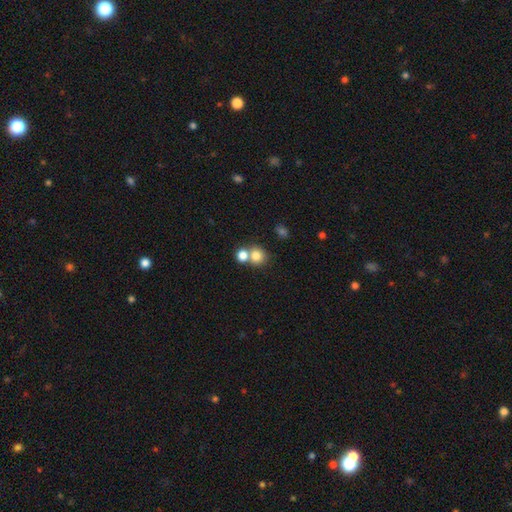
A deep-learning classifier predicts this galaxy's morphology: This is likely a smooth galaxy (78%). How rounded: clearly round (81%). Merging: possibly none (46%).